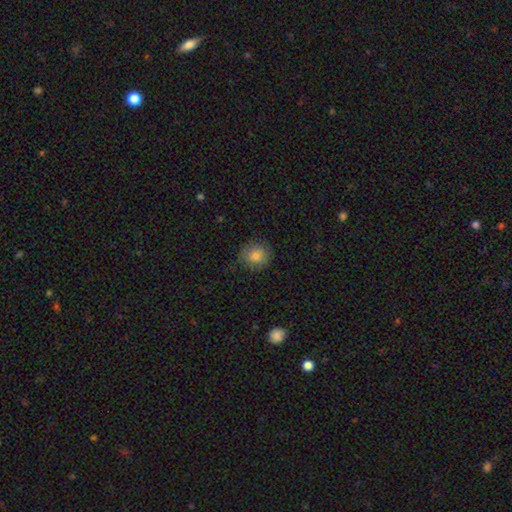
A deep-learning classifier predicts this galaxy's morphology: smooth_or_featured: smooth (p=0.81) [alt: featured or disk p=0.10]
how_rounded: round (p=0.86) [alt: in between p=0.13]
merging: none (p=0.78) [alt: minor disturbance p=0.17]